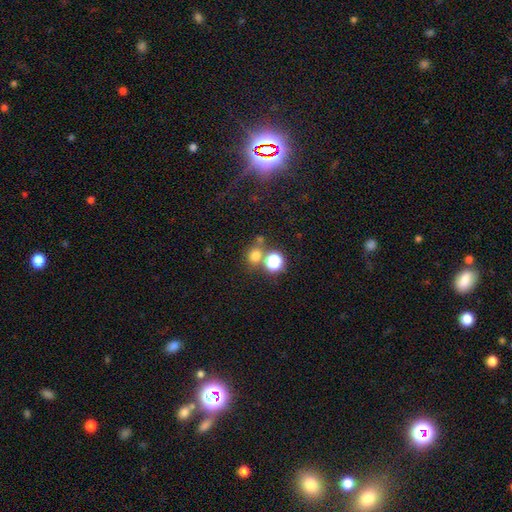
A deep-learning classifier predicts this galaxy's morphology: This is likely a smooth galaxy (69%). How rounded: likely round (77%). Merging: likely none (64%).